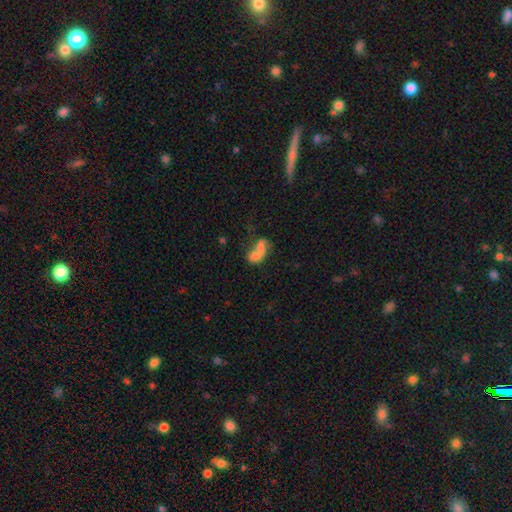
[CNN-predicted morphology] Smooth or featured? smooth (49%)
Merging? merger (61%)